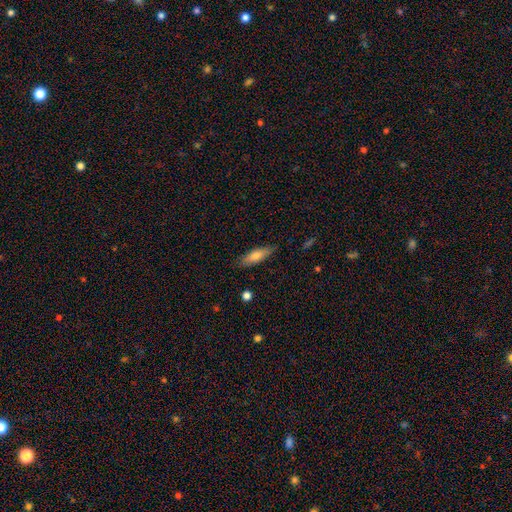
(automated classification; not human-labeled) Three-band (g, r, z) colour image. It shows a smooth galaxy with no disk features (71%) that is cigar-shaped (56%). Merging: none (84%).